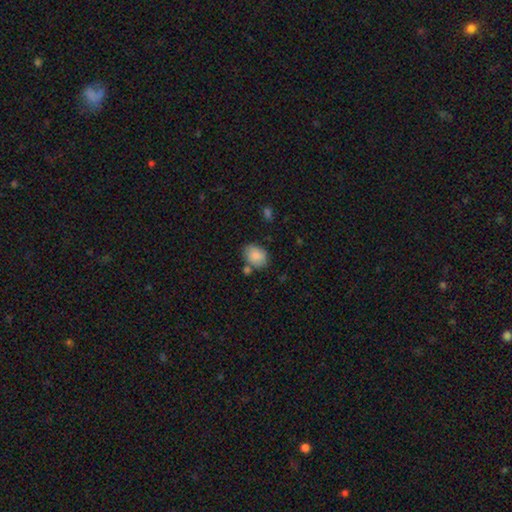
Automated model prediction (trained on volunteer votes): smooth-or-featured: smooth: 87% | star or artifact: 7% | featured or disk: 6%
  how-rounded: in between: 69% | round: 30% | cigar-shaped: 1%
  merging: none: 70% | minor disturbance: 16% | merger: 10% | major disturbance: 4%